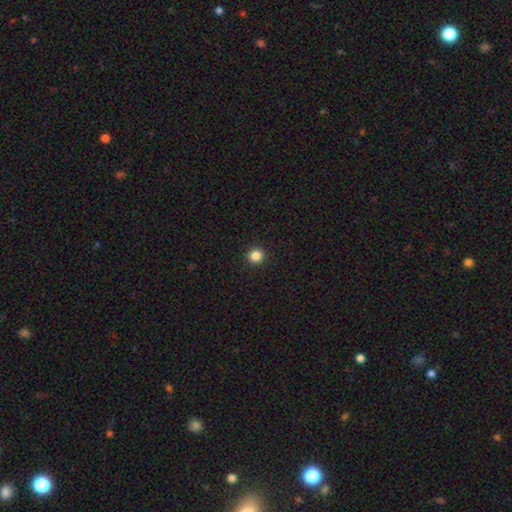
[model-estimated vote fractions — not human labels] This appears to be a smooth galaxy with no disk features (85%) that is round (95%). Merging: none (94%).